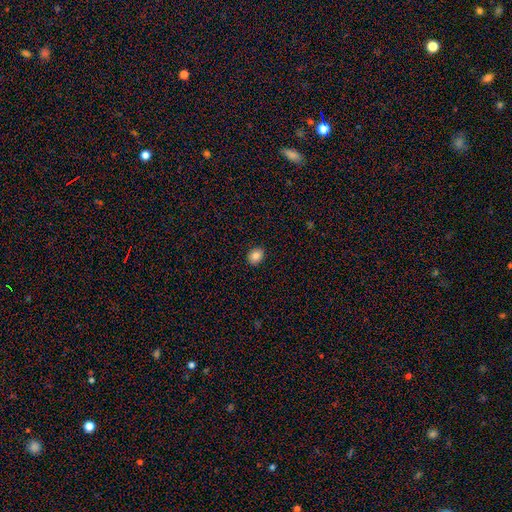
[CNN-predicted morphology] smooth_or_featured: smooth (p=0.84) [alt: star or artifact p=0.09]
how_rounded: in between (p=0.52) [alt: round p=0.47]
merging: none (p=0.90) [alt: minor disturbance p=0.07]